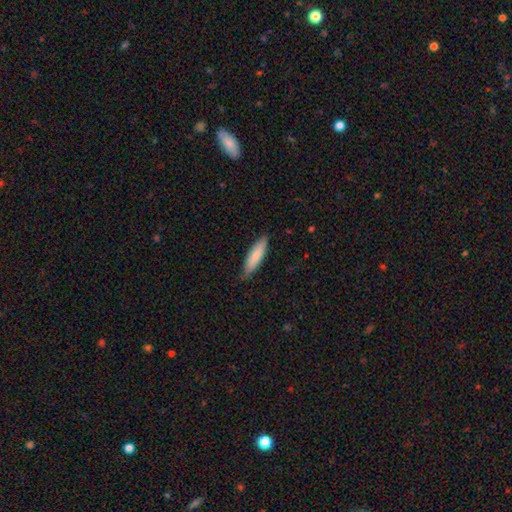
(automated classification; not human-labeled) Smooth or featured? Predicted: smooth (p=0.78). How rounded? Predicted: cigar-shaped (p=0.65). Merging? Predicted: none (p=0.81).